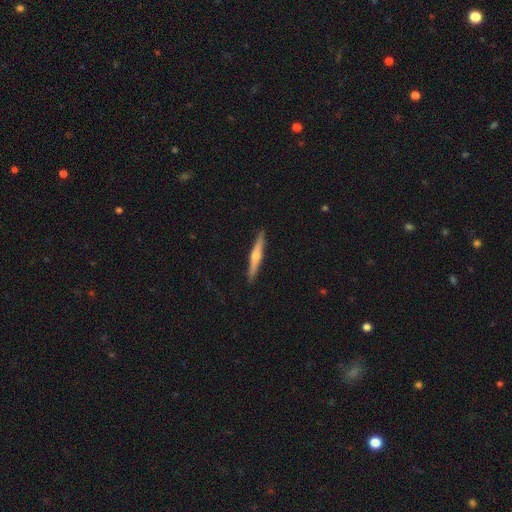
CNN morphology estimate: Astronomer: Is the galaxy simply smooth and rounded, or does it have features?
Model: featured or disk — 65%.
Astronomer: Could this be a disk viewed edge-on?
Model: yes — 98%.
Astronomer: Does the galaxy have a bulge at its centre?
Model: rounded — 86%.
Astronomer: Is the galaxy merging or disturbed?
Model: none — 91%.